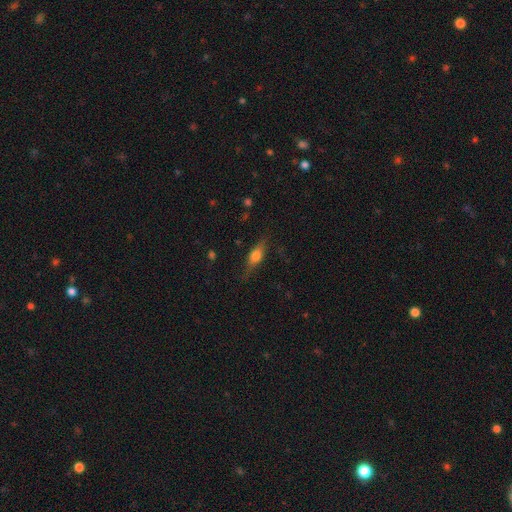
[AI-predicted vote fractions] Smooth or featured: smooth — 52% (featured or disk — 39%)
How rounded: in between — 54% (cigar-shaped — 40%)
Merging: none — 76% (minor disturbance — 17%)